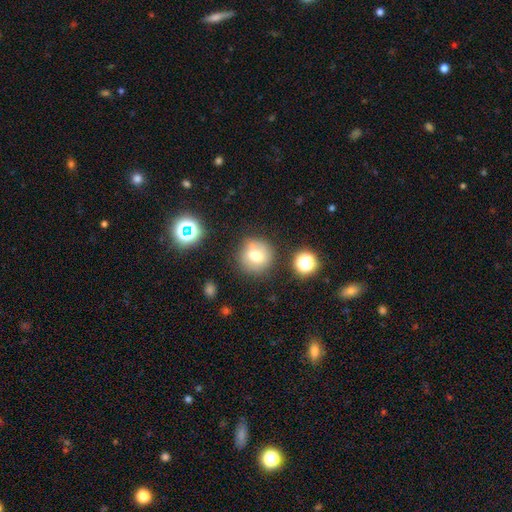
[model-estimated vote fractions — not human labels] Smooth or featured? Predicted: smooth (p=0.69). How rounded? Predicted: round (p=0.90). Merging? Predicted: none (p=0.77).